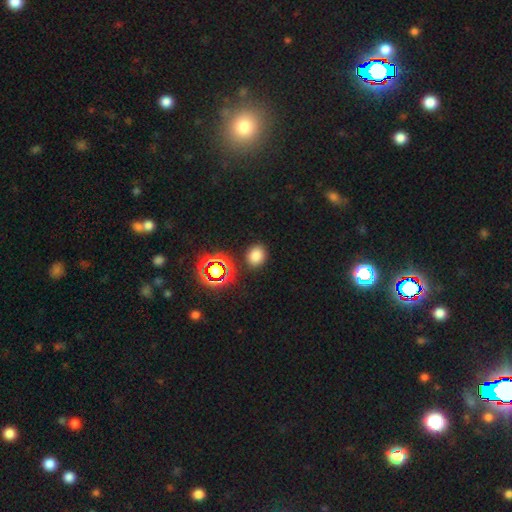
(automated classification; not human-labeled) This appears to be a smooth galaxy with no disk features (76%) that is round (65%). Merging: none (86%).